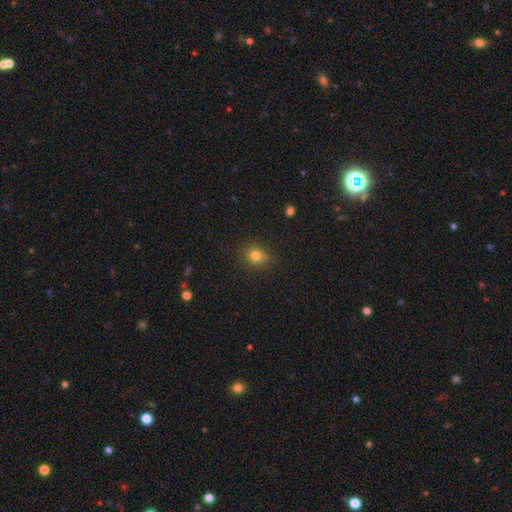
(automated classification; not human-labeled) The model was most divided on "how rounded": round: 78%, in between: 21%, cigar-shaped: 1%. More confident: merging — none (79%); smooth or featured — smooth (79%).